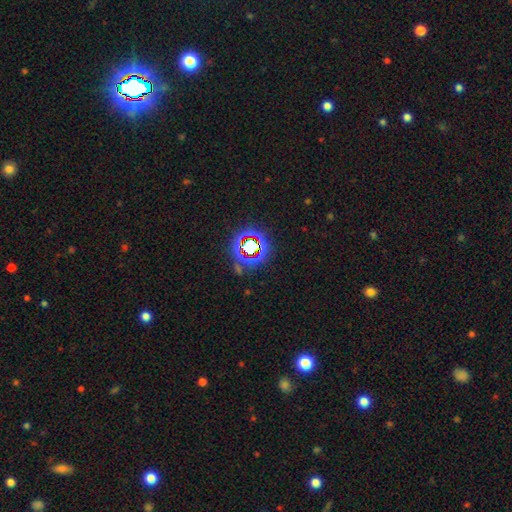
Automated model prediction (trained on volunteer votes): This is likely a star or artifact rather than a galaxy (76%).